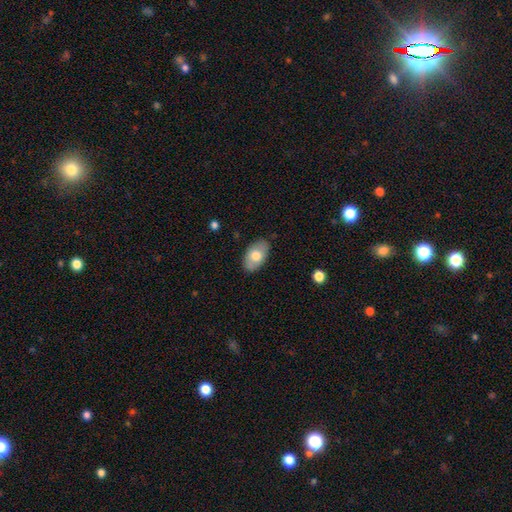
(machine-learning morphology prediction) A smooth galaxy with no disk features (69%) that is in between round and cigar-shaped (92%).

Vote fractions:
- Smooth or featured? smooth: 69% / featured or disk: 24% / star or artifact: 6%
- How rounded? in between: 92% / round: 6% / cigar-shaped: 1%
- Merging? none: 83% / minor disturbance: 13% / major disturbance: 3% / merger: 1%